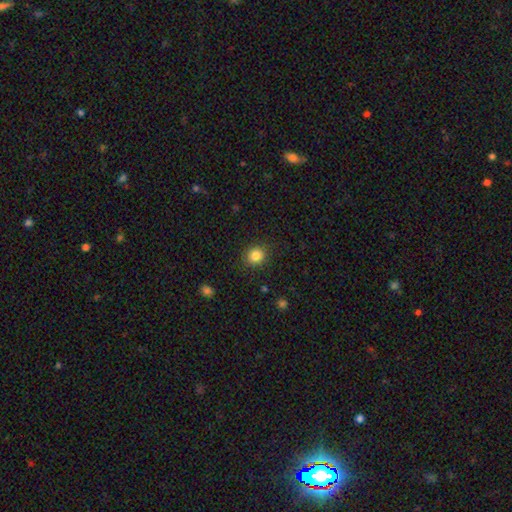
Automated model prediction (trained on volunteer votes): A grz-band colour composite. It shows a smooth galaxy with no disk features (84%) that is round (80%). Merging: none (89%).